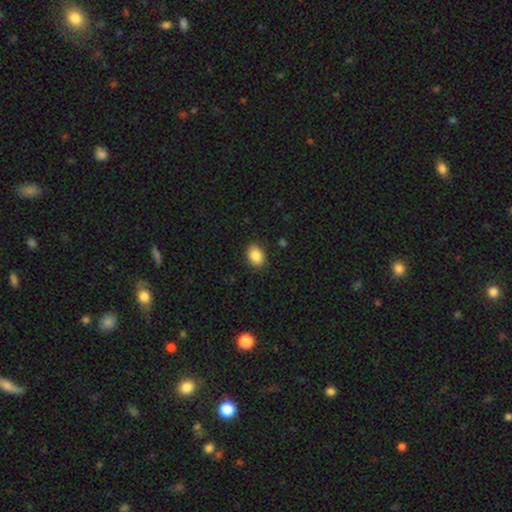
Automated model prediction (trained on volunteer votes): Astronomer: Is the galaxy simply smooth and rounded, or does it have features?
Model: smooth — 88%.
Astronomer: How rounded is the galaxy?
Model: in between — 76%.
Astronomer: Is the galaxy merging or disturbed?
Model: none — 87%.